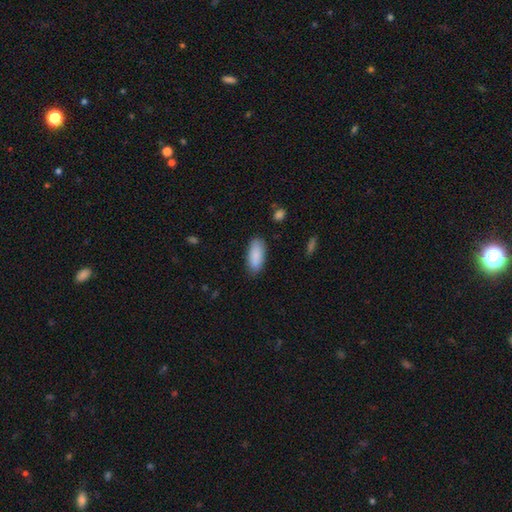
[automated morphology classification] A smooth galaxy with no disk features (88%) that is in between round and cigar-shaped (83%).

Vote fractions:
- Smooth or featured? smooth: 88% / featured or disk: 6% / star or artifact: 6%
- How rounded? in between: 83% / cigar-shaped: 15% / round: 2%
- Merging? none: 85% / minor disturbance: 11% / major disturbance: 3% / merger: 1%